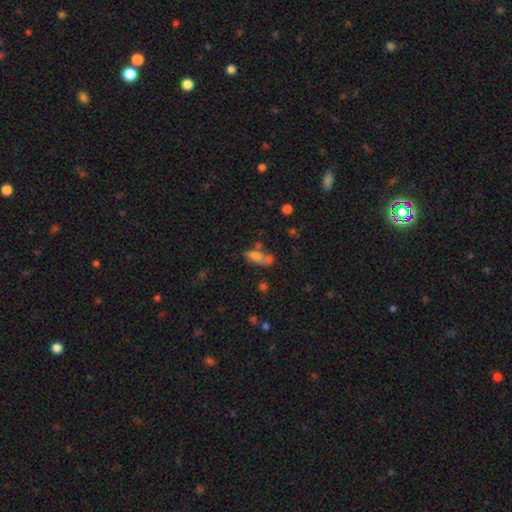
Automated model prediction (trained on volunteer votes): smooth-or-featured: smooth: 67% | featured or disk: 20% | star or artifact: 13%
  how-rounded: in between: 74% | cigar-shaped: 21% | round: 5%
  merging: none: 36% | merger: 28% | minor disturbance: 21% | major disturbance: 15%